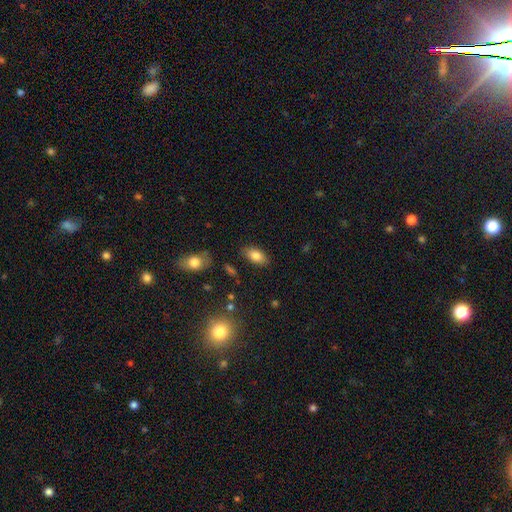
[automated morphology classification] Smooth or featured? smooth (82%)
How rounded? in between (92%)
Merging? none (84%)